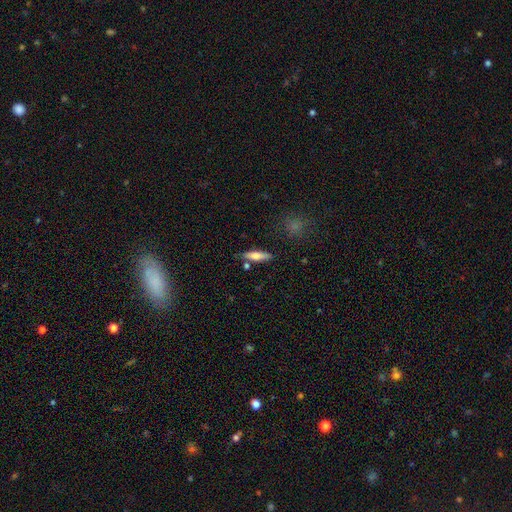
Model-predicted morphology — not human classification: smooth_or_featured: smooth (p=0.62) [alt: featured or disk p=0.32]
how_rounded: cigar-shaped (p=0.62) [alt: in between p=0.35]
merging: none (p=0.78) [alt: minor disturbance p=0.13]